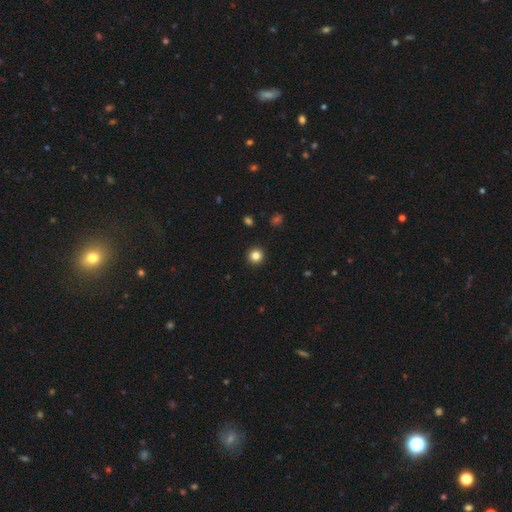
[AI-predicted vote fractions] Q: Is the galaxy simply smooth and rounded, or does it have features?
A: smooth — 84%.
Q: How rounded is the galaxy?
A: round — 95%.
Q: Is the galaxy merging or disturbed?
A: none — 93%.